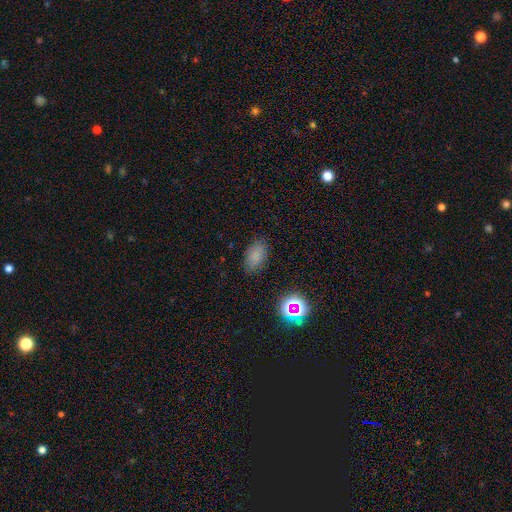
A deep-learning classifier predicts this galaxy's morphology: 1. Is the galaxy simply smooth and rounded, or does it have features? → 79% smooth, 14% star or artifact, 7% featured or disk.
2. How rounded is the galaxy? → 90% in between, 8% round, 2% cigar-shaped.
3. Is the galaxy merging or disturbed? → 83% none, 12% minor disturbance, 3% major disturbance, 1% merger.